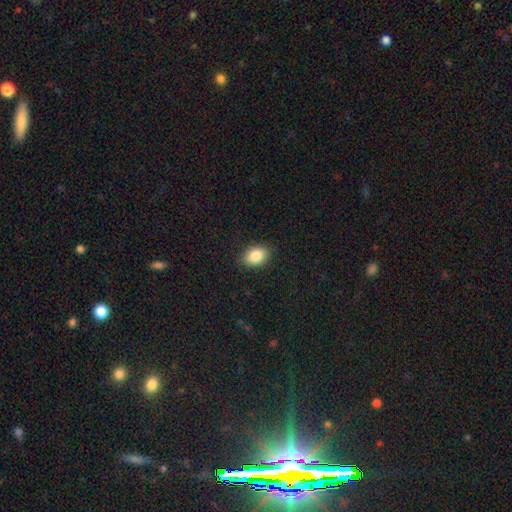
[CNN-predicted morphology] A smooth galaxy with no disk features (85%) that is in between round and cigar-shaped (79%).

Vote fractions:
- Smooth or featured? smooth: 85% / star or artifact: 8% / featured or disk: 7%
- How rounded? in between: 79% / round: 19% / cigar-shaped: 1%
- Merging? none: 86% / minor disturbance: 10% / major disturbance: 2% / merger: 1%